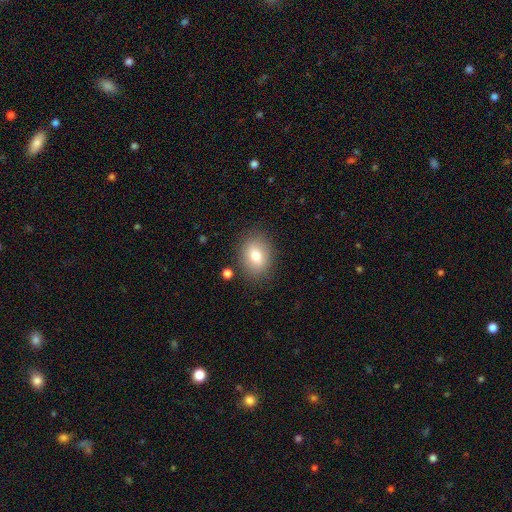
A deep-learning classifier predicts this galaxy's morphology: The model was most divided on "how rounded": in between: 63%, round: 35%, cigar-shaped: 1%. More confident: merging — none (83%); smooth or featured — smooth (77%).